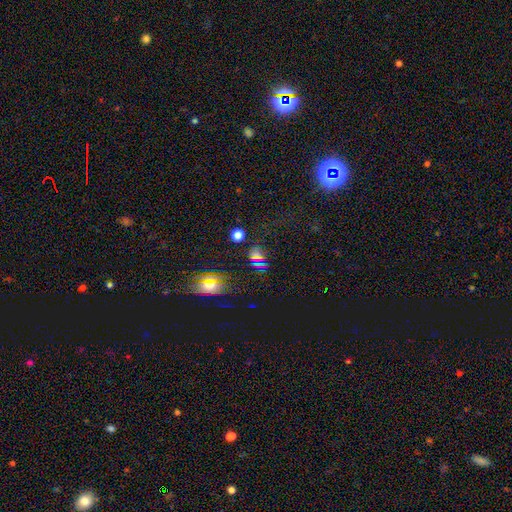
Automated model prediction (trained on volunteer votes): Morphology: type=star or artifact (51%).